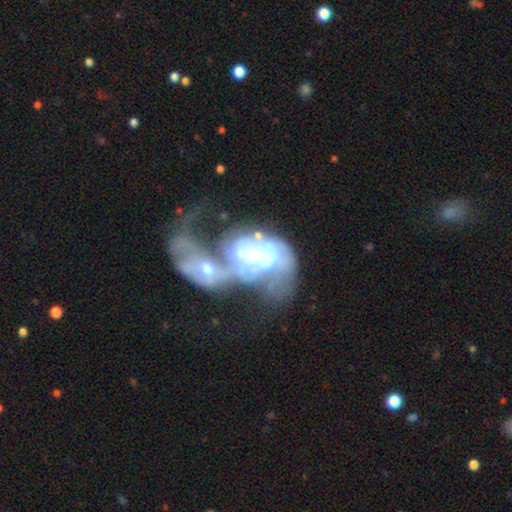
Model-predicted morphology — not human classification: Overall: featured or disk (77%). Edge-on disk: no (96%). Bar: no (54%; weak 31%). Spiral arms: yes (66%; no 34%). Bulge size: moderate (57%; large 23%). Merging: merger (74%).